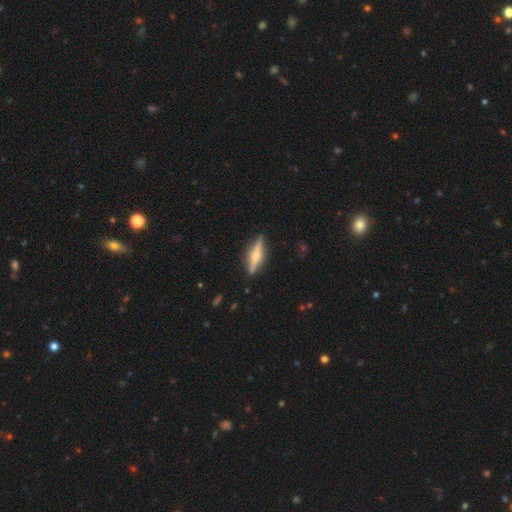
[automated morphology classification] Smooth or featured? featured or disk (70%)
Edge-on disk? yes (97%)
Edge-on bulge? rounded (87%)
Merging? none (88%)